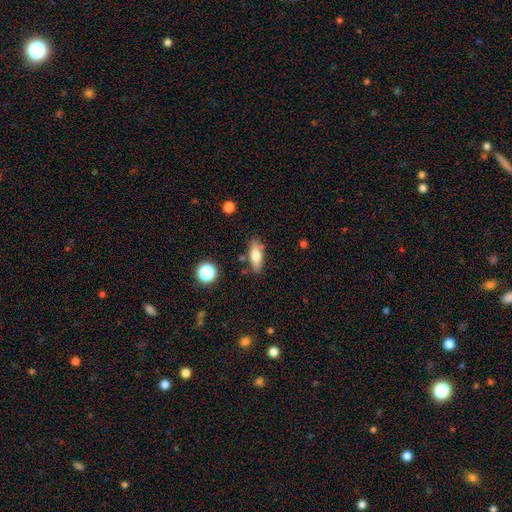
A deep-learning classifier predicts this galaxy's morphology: This appears to be a smooth galaxy with no disk features (71%) that is in between round and cigar-shaped (70%). Merging: none (80%).